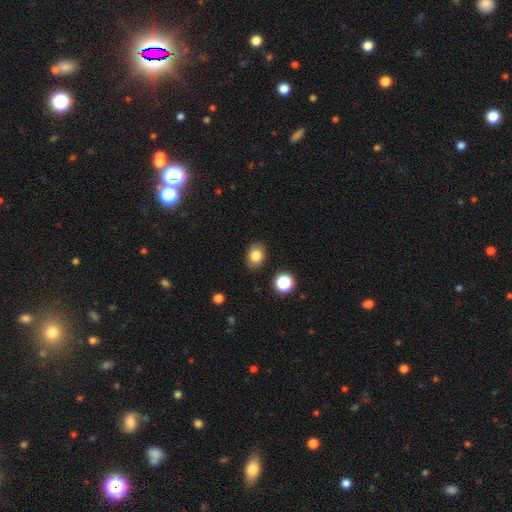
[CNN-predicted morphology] smooth 82%, star or artifact 10%, featured or disk 8%. Down the decision tree: how rounded — in between (68%); merging — none (86%).